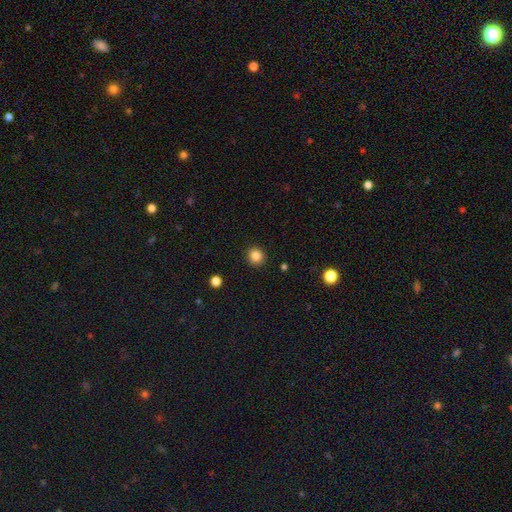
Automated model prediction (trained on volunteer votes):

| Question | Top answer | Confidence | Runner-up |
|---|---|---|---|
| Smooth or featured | smooth | 85% | star or artifact (11%) |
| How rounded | round | 90% | in between (9%) |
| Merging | none | 92% | minor disturbance (5%) |